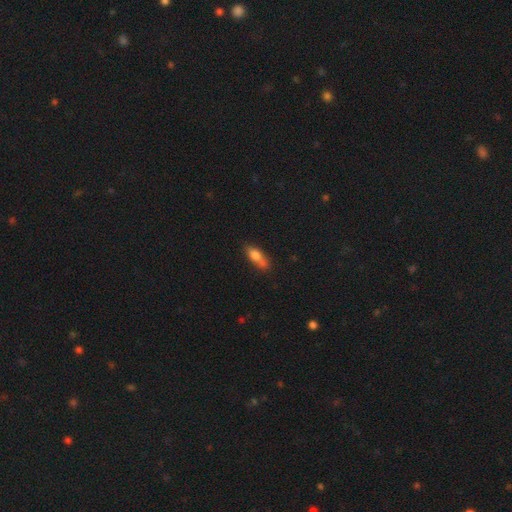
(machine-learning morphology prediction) The model was most divided on "merging": none: 50%, minor disturbance: 26%, merger: 15%, major disturbance: 8%. More confident: smooth or featured — smooth (73%); how rounded — in between (66%).